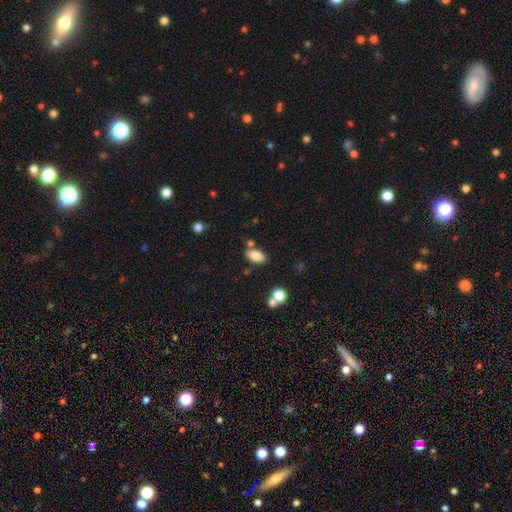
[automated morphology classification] This appears to be a smooth galaxy with no disk features (83%) that is in between round and cigar-shaped (92%). Merging: none (74%).